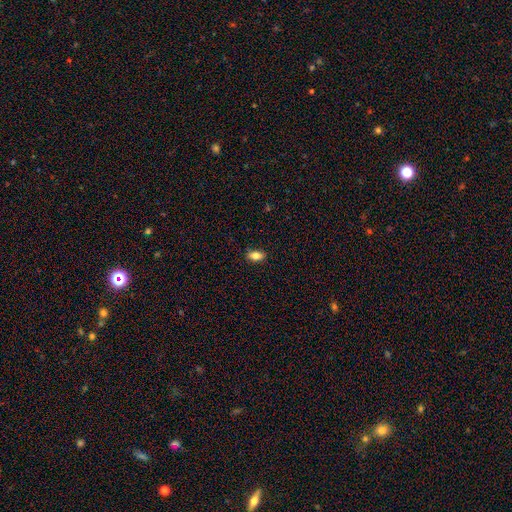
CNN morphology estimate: type=smooth (80%); roundness=in between (87%); merging=none (87%).